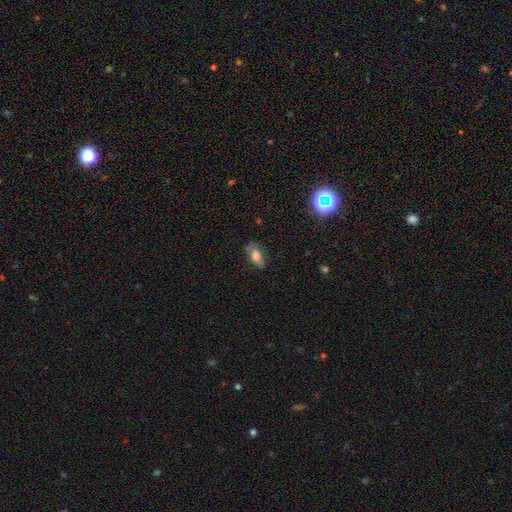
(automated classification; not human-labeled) Morphology: type=smooth (77%); roundness=in between (88%); merging=none (71%).